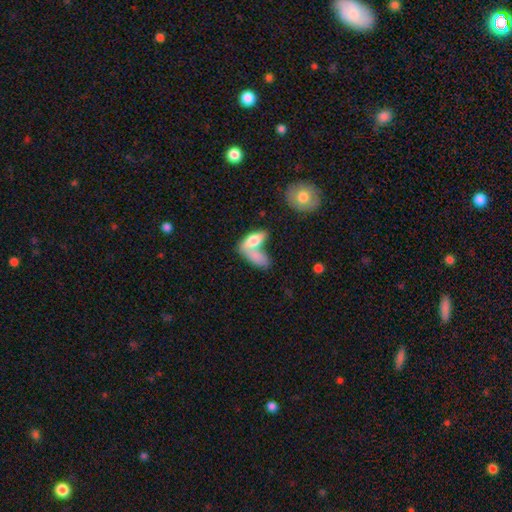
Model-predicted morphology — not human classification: This appears to be a smooth galaxy with no disk features (75%) that is in between round and cigar-shaped (78%). Merging: merger (60%).